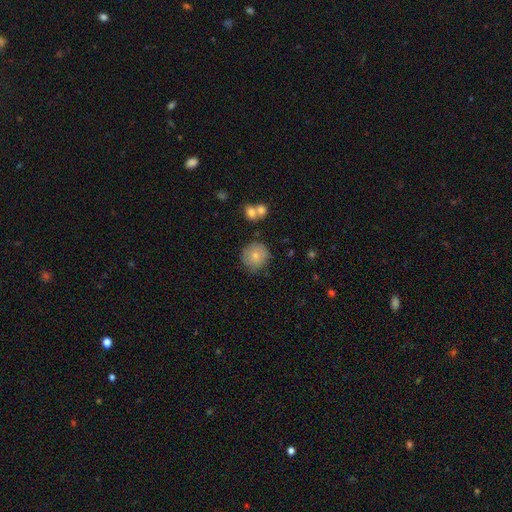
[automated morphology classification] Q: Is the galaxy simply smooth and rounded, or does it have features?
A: smooth — 74%.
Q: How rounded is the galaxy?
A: round — 90%.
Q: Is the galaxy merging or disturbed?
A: none — 73%.